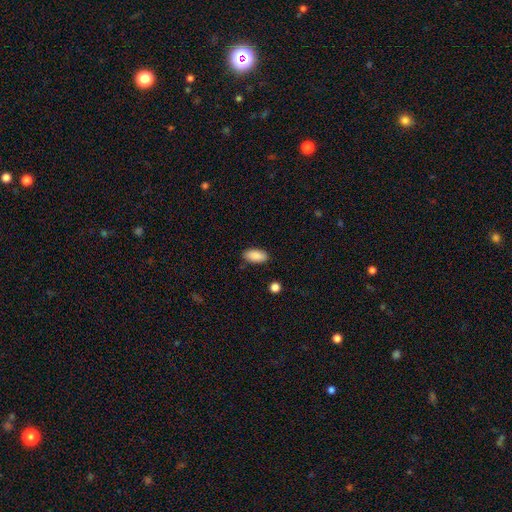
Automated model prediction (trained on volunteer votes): This is clearly a smooth galaxy (89%). How rounded: clearly in between (92%). Merging: clearly none (87%).